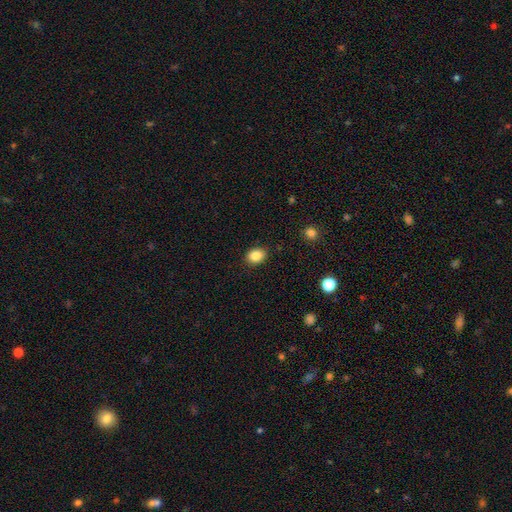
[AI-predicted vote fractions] Morphology: type=smooth (85%); roundness=in between (60%); merging=none (88%).